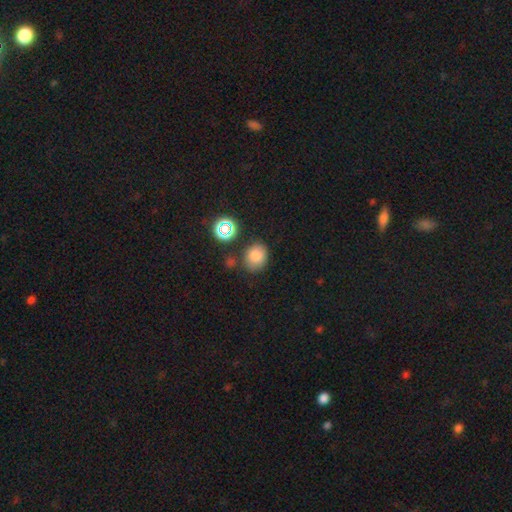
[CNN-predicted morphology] This appears to be a smooth galaxy with no disk features (78%) that is round (55%). Merging: none (73%).